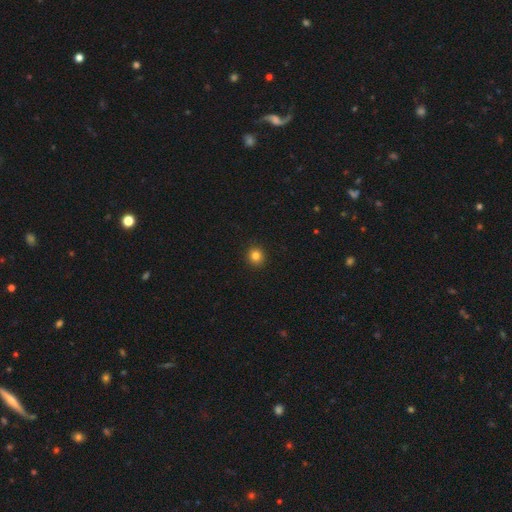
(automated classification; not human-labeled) Morphology: type=smooth (83%); roundness=round (89%); merging=none (93%).